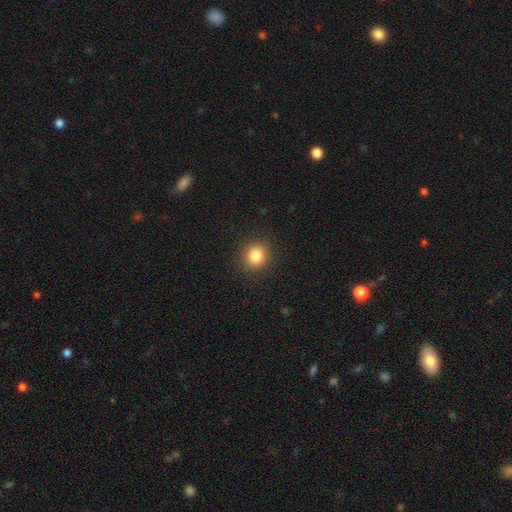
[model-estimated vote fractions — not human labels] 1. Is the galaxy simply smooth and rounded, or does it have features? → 85% smooth, 10% star or artifact, 5% featured or disk.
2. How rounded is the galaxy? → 79% round, 20% in between, 1% cigar-shaped.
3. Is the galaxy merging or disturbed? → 90% none, 7% minor disturbance, 2% major disturbance, 1% merger.